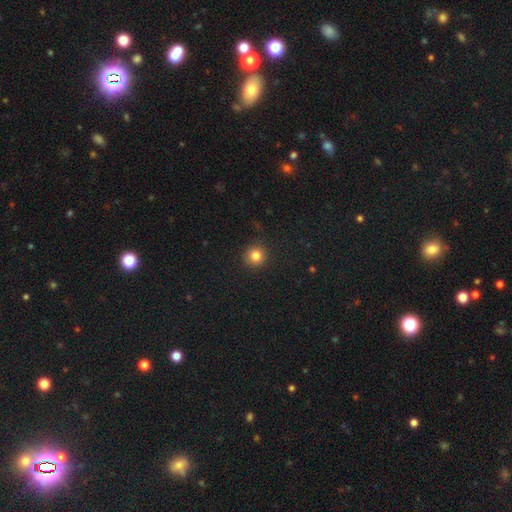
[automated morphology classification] Smooth or featured? Predicted: smooth (p=0.83). How rounded? Predicted: round (p=0.94). Merging? Predicted: none (p=0.91).